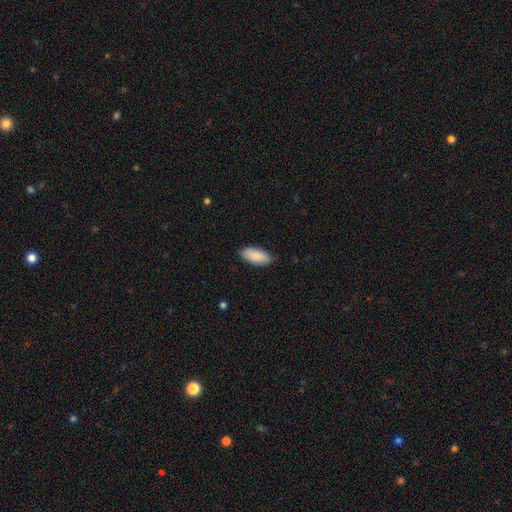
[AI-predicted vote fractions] Q: Smooth or featured?
A: smooth (88%); runner-up: featured or disk (7%)
Q: How rounded?
A: in between (88%); runner-up: cigar-shaped (10%)
Q: Merging?
A: none (85%); runner-up: minor disturbance (12%)